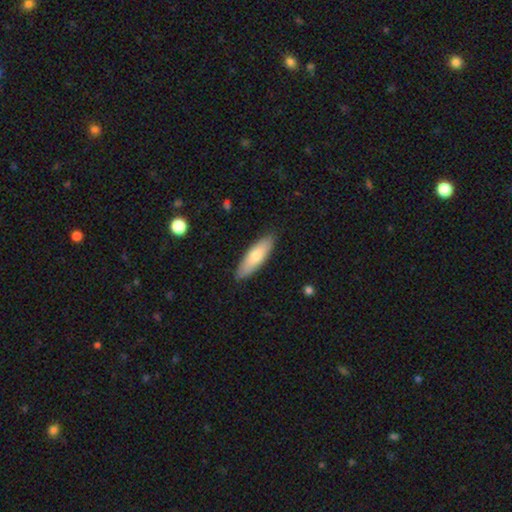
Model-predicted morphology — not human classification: smooth-or-featured: smooth: 75% | featured or disk: 20% | star or artifact: 5%
  how-rounded: in between: 50% | cigar-shaped: 48% | round: 2%
  merging: none: 86% | minor disturbance: 11% | major disturbance: 2% | merger: 1%